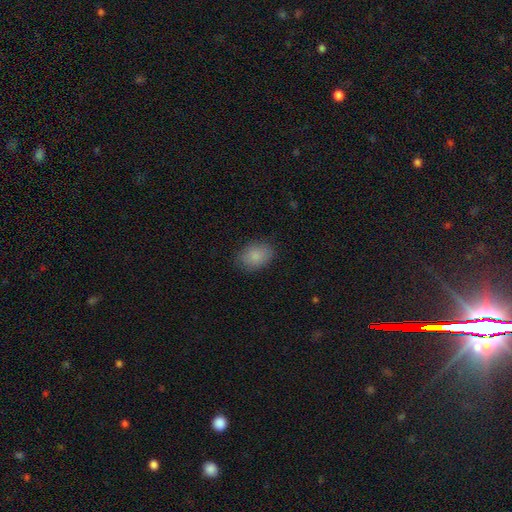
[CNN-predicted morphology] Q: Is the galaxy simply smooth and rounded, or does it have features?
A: smooth — 86%.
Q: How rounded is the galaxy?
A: in between — 81%.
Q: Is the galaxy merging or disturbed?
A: none — 83%.